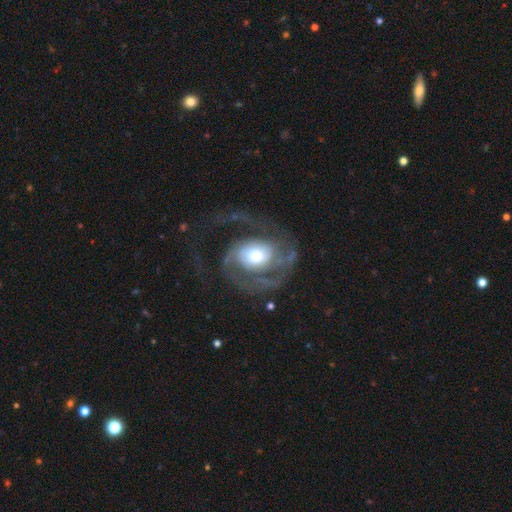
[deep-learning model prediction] Smooth or featured? Predicted: featured or disk (p=0.86). Edge-on disk? Predicted: no (p=0.97). Bar? Predicted: no (p=0.67). Spiral arms? Predicted: yes (p=0.95). Spiral winding? Predicted: medium (p=0.43). Spiral arm count? Predicted: 2 (p=0.55). Bulge size? Predicted: moderate (p=0.48). Merging? Predicted: none (p=0.50).